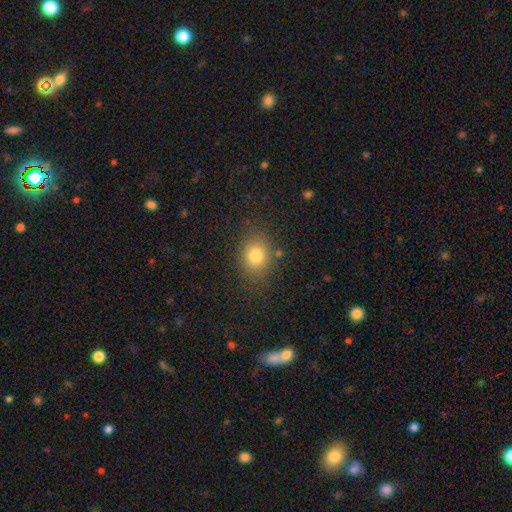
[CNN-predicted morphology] This is likely a smooth galaxy (80%). How rounded: possibly round (53%). Merging: clearly none (81%).